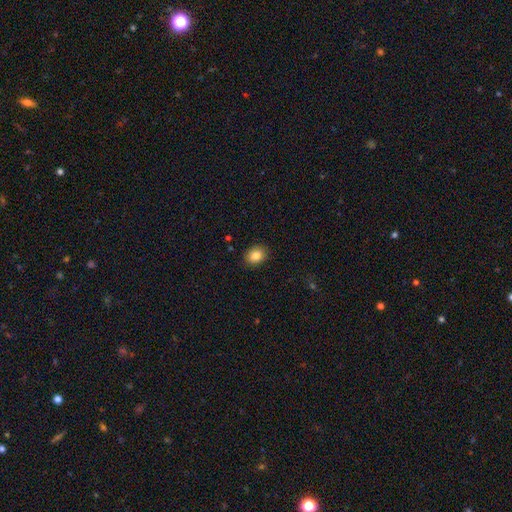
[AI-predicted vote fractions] Overall: smooth (85%). How rounded: in between (54%; round 45%). Merging: none (89%).